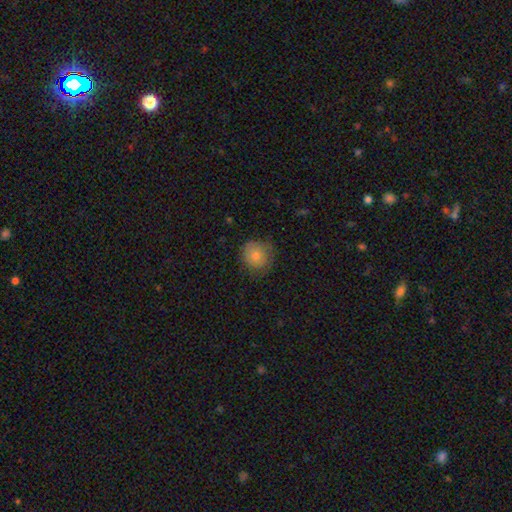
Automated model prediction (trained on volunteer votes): Q: Smooth or featured?
A: smooth (72%); runner-up: featured or disk (18%)
Q: How rounded?
A: round (88%); runner-up: in between (11%)
Q: Merging?
A: none (74%); runner-up: minor disturbance (20%)